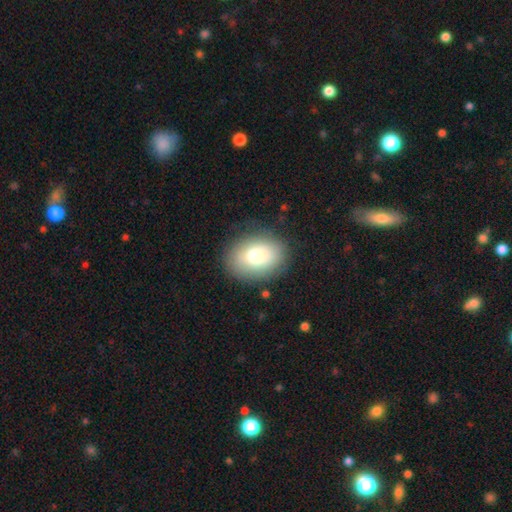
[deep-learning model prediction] Smooth or featured: smooth — 75% (featured or disk — 17%)
How rounded: in between — 69% (round — 30%)
Merging: none — 81% (minor disturbance — 13%)